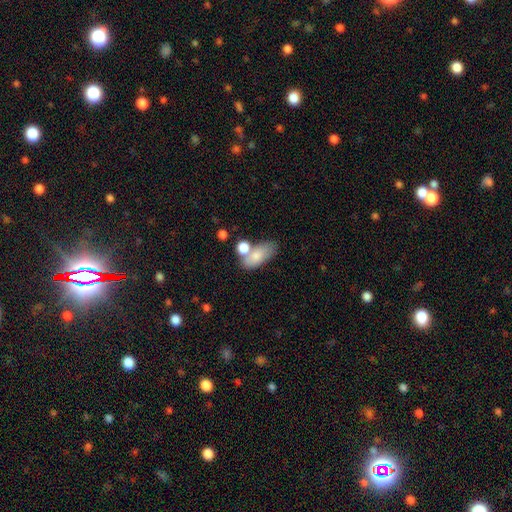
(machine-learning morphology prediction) The model was most divided on "merging": none: 47%, merger: 29%, minor disturbance: 16%, major disturbance: 7%. More confident: how rounded — in between (87%); smooth or featured — smooth (77%).